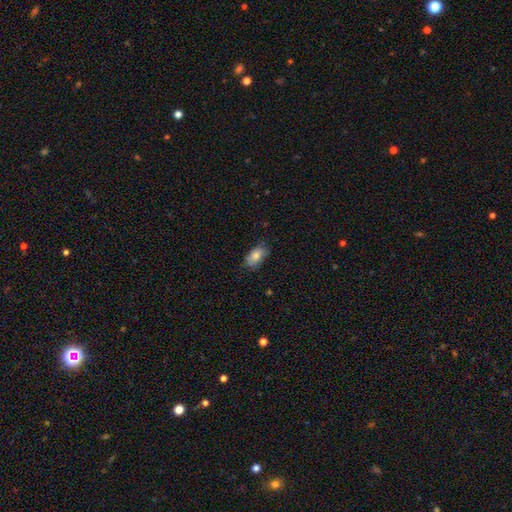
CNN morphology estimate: Smooth or featured: smooth — 79% (featured or disk — 14%)
How rounded: in between — 92% (round — 6%)
Merging: none — 71% (minor disturbance — 23%)